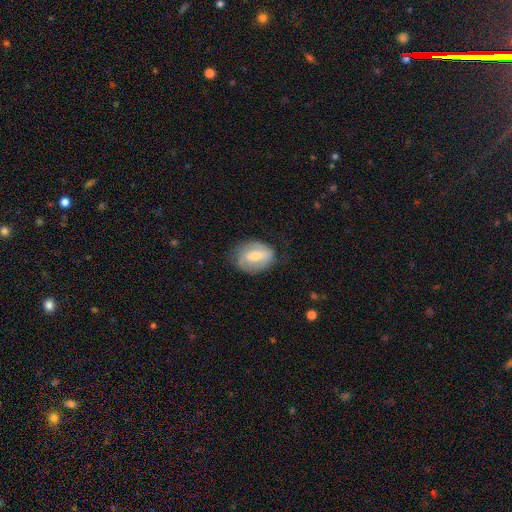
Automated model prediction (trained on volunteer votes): smooth_or_featured: featured or disk (p=0.51) [alt: smooth p=0.42]
disk_edge_on: no (p=0.94) [alt: yes p=0.06]
merging: none (p=0.71) [alt: minor disturbance p=0.20]